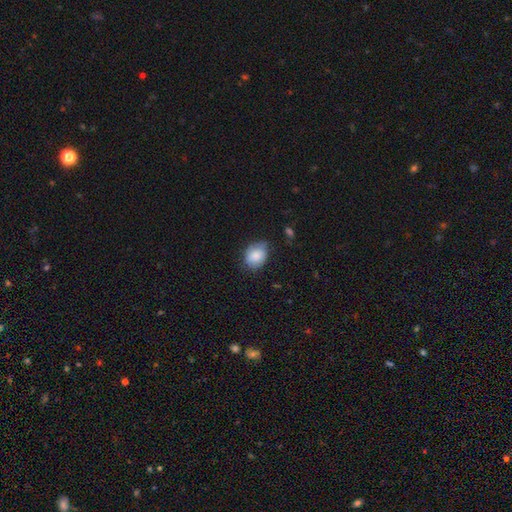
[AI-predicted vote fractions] smooth 80%, featured or disk 12%, star or artifact 7%. Down the decision tree: how rounded — in between (58%); merging — none (65%).